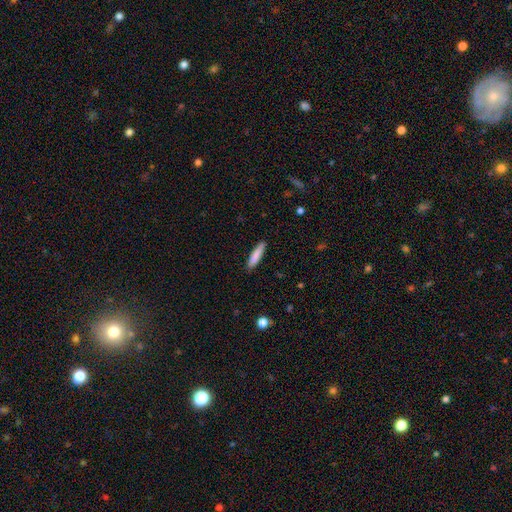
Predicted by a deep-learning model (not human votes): The model was most divided on "how rounded": cigar-shaped: 84%, in between: 15%, round: 1%. More confident: merging — none (87%); smooth or featured — smooth (84%).